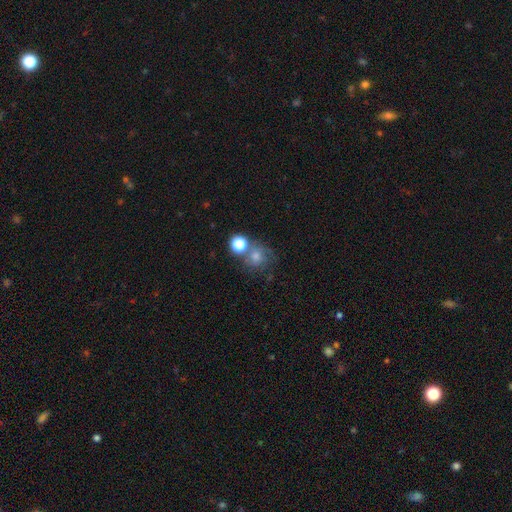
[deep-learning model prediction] This is likely a smooth galaxy (63%). How rounded: clearly round (81%). Merging: possibly none (47%).